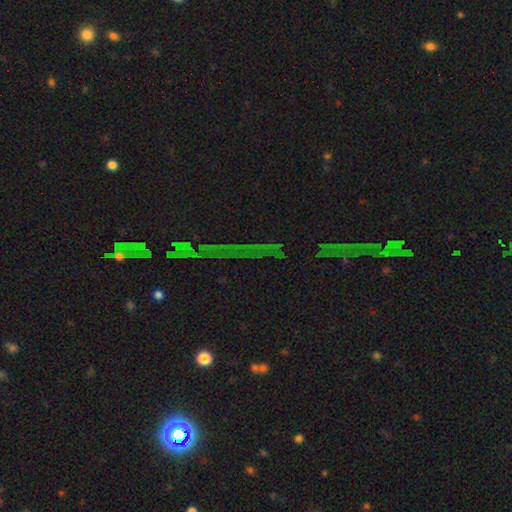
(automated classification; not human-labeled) This appears to be a star or artifact, not a galaxy (77%).